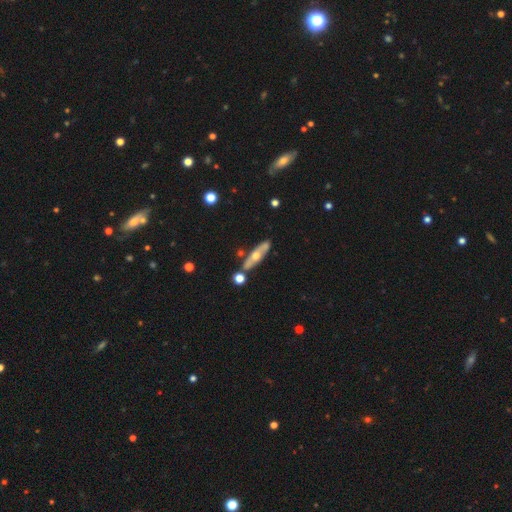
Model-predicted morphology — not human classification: featured or disk 59%, smooth 35%, star or artifact 6%. Down the decision tree: edge-on disk — yes (59%); merging — none (76%).